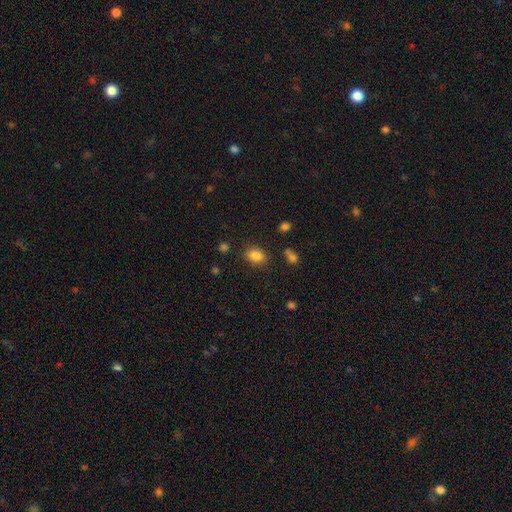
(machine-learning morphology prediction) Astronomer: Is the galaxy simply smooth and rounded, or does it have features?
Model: smooth — 84%.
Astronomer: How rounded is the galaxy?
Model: in between — 77%.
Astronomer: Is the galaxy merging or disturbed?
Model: none — 81%.